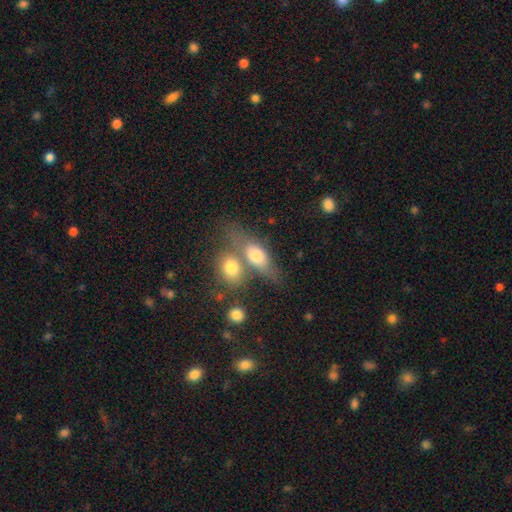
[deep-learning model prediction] Overall: smooth (68%). How rounded: in between (70%). Merging: merger (50%; none 31%).